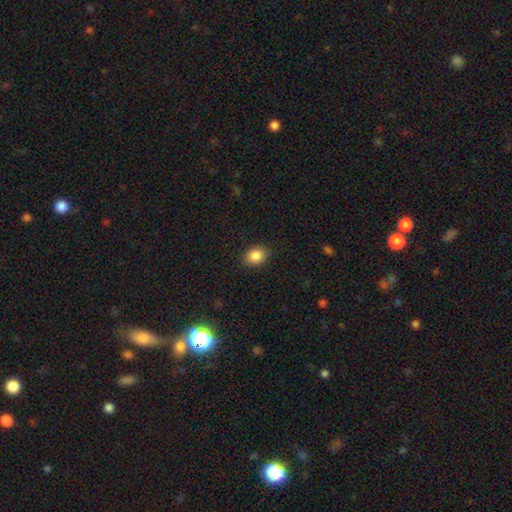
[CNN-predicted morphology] This is clearly a smooth galaxy (87%). How rounded: possibly in between (58%). Merging: clearly none (87%).